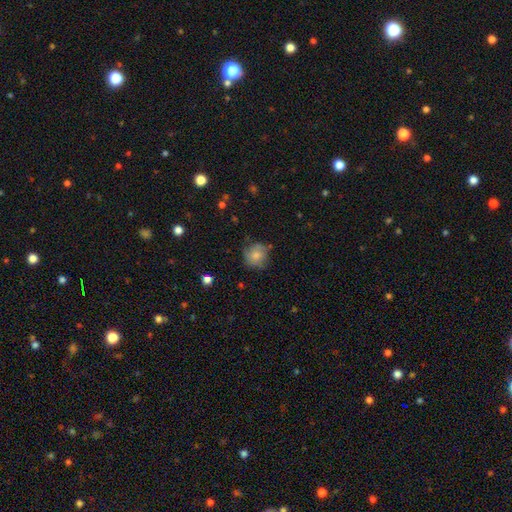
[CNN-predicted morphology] Overall: smooth (77%). How rounded: round (87%). Merging: none (70%).